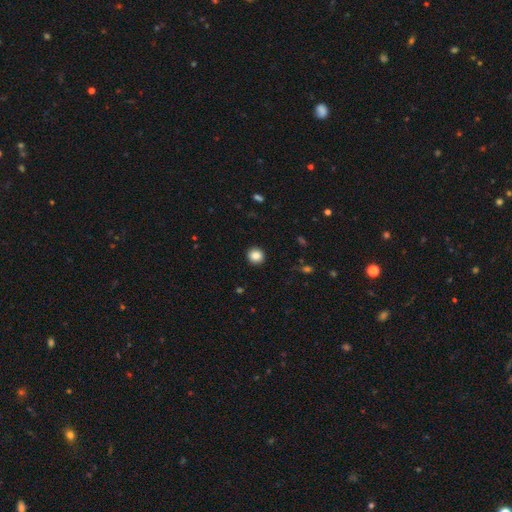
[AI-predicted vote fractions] Q: Smooth or featured?
A: smooth (86%); runner-up: star or artifact (10%)
Q: How rounded?
A: round (92%); runner-up: in between (7%)
Q: Merging?
A: none (92%); runner-up: minor disturbance (5%)